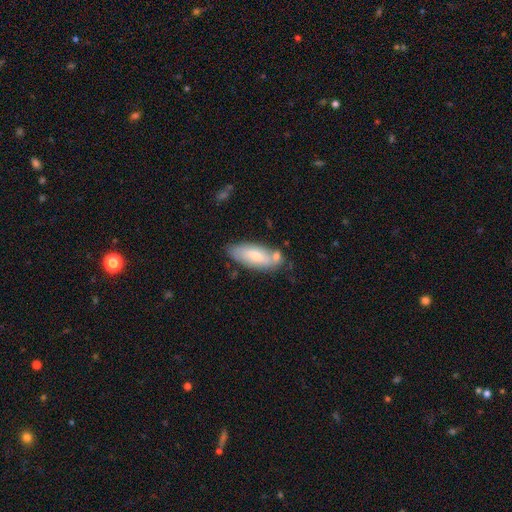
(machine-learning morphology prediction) smooth-or-featured: smooth: 67% | featured or disk: 27% | star or artifact: 6%
  how-rounded: in between: 77% | cigar-shaped: 21% | round: 2%
  merging: none: 65% | minor disturbance: 18% | merger: 13% | major disturbance: 4%